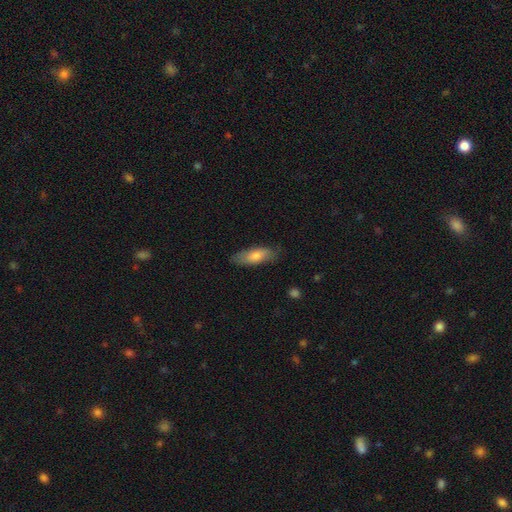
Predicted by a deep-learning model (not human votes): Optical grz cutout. It shows a smooth galaxy with no disk features (74%) that is in between round and cigar-shaped (57%). Merging: none (80%).